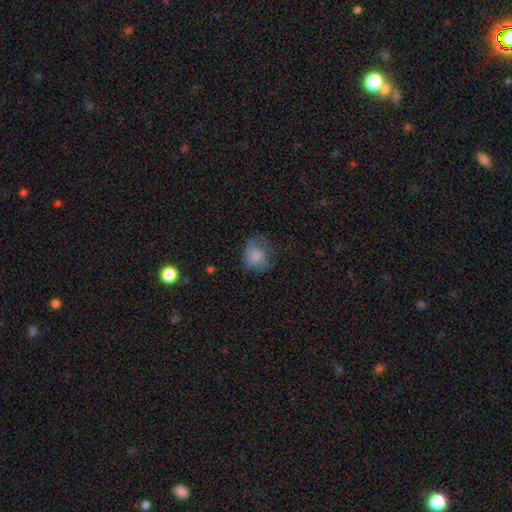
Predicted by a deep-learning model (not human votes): Smooth or featured? Predicted: smooth (p=0.76). How rounded? Predicted: round (p=0.72). Merging? Predicted: none (p=0.53).